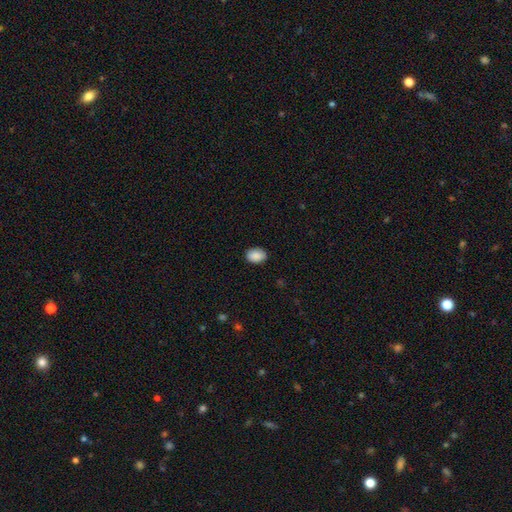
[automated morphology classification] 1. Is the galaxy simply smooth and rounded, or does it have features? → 89% smooth, 7% star or artifact, 4% featured or disk.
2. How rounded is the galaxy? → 77% in between, 22% round, 1% cigar-shaped.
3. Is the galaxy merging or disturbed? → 87% none, 10% minor disturbance, 2% major disturbance, 1% merger.